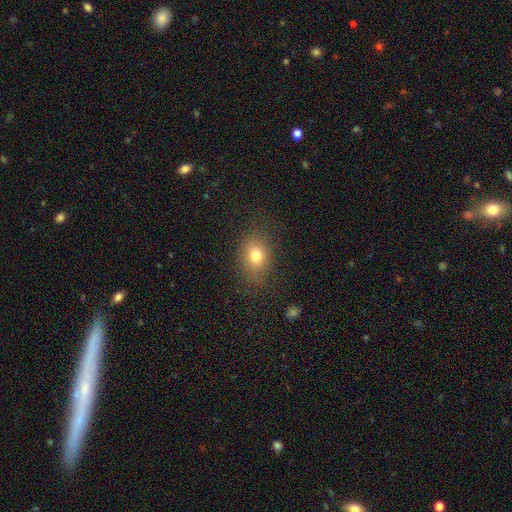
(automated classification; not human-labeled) smooth 76%, star or artifact 13%, featured or disk 11%. Down the decision tree: how rounded — in between (63%); merging — none (80%).